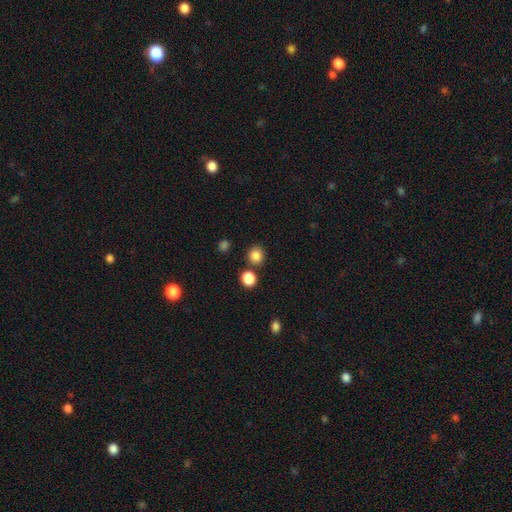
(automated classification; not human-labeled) Smooth or featured: smooth — 84% (star or artifact — 12%)
How rounded: round — 90% (in between — 9%)
Merging: none — 82% (merger — 9%)